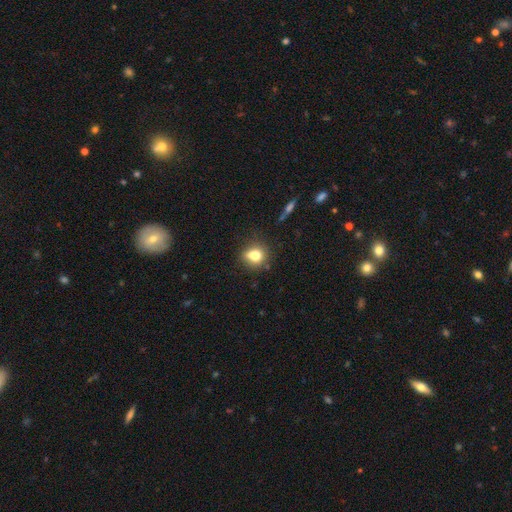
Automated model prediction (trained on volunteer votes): The model was most divided on "how rounded": round: 58%, in between: 40%, cigar-shaped: 2%. More confident: smooth or featured — smooth (79%); merging — none (69%).